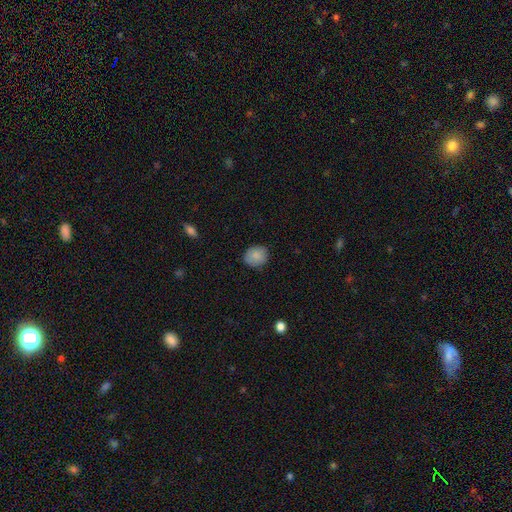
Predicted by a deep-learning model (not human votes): Smooth or featured? smooth (85%)
How rounded? round (69%)
Merging? none (83%)